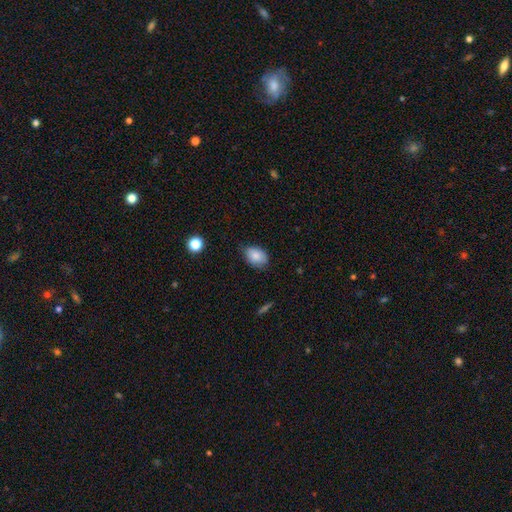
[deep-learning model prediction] smooth_or_featured: smooth (p=0.84) [alt: featured or disk p=0.08]
how_rounded: in between (p=0.83) [alt: round p=0.16]
merging: none (p=0.70) [alt: minor disturbance p=0.24]